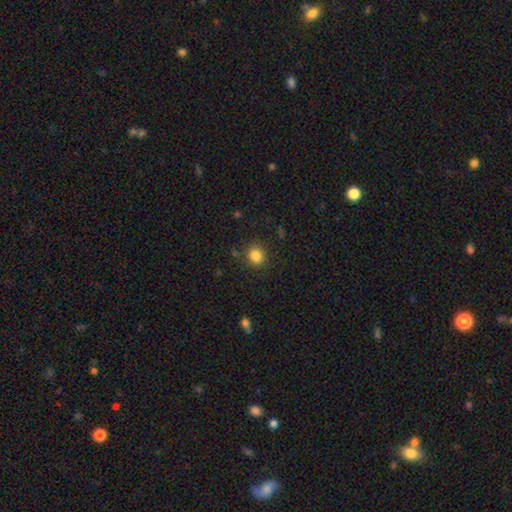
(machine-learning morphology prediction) Overall: smooth (84%). How rounded: round (72%). Merging: none (84%).